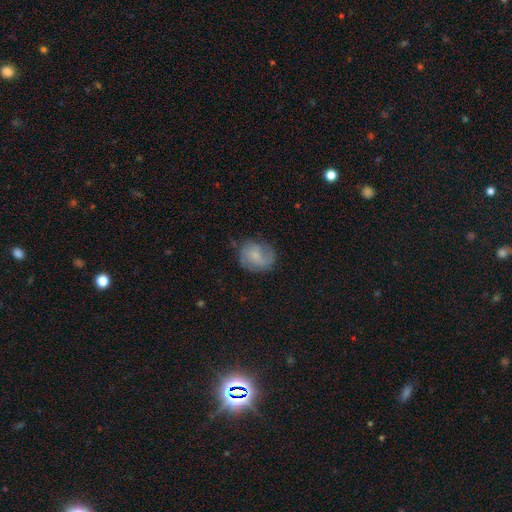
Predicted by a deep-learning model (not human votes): A featured or disk galaxy (49%).

Vote fractions:
- Smooth or featured? featured or disk: 49% / smooth: 43% / star or artifact: 8%
- Merging? none: 64% / minor disturbance: 23% / major disturbance: 11% / merger: 2%